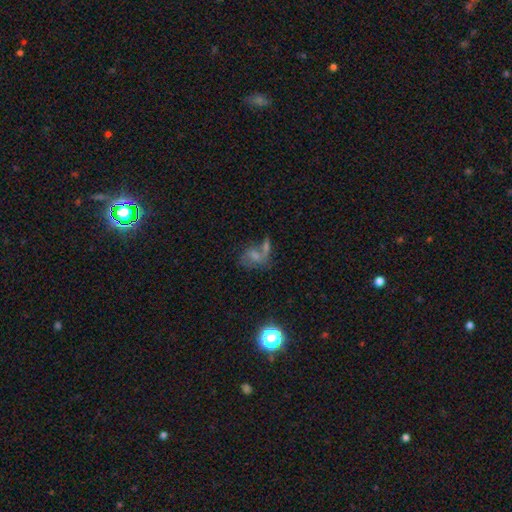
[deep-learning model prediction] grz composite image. It shows a smooth galaxy with no disk features (41%). Merging: merger (37%).